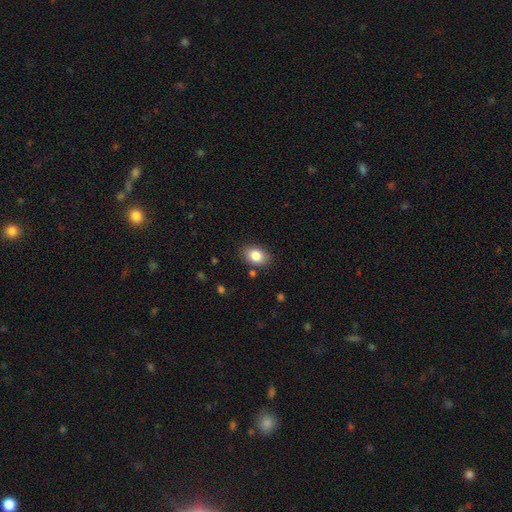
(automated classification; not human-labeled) Smooth or featured? Predicted: smooth (p=0.83). How rounded? Predicted: in between (p=0.81). Merging? Predicted: none (p=0.85).